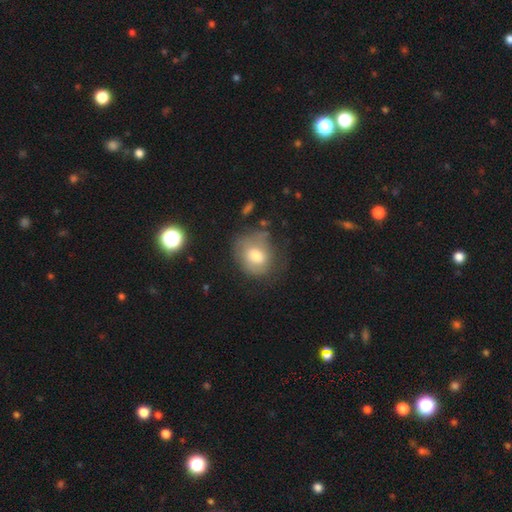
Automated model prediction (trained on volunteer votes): The model was most divided on "merging": none: 52%, minor disturbance: 28%, major disturbance: 17%, merger: 3%. More confident: smooth or featured — smooth (66%); how rounded — round (62%).